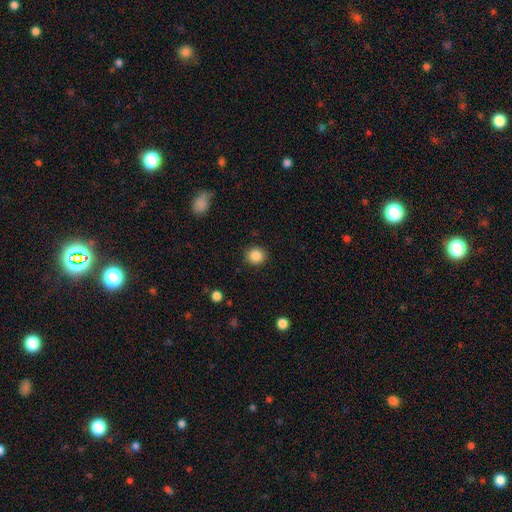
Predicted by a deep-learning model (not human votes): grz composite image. It shows a smooth galaxy with no disk features (86%) that is round (88%). Merging: none (90%).